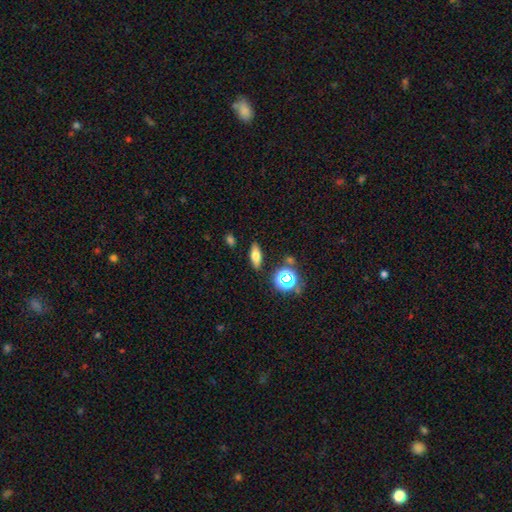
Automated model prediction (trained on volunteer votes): A smooth galaxy with no disk features (64%) that is in between round and cigar-shaped (63%). Merging: none (87%).